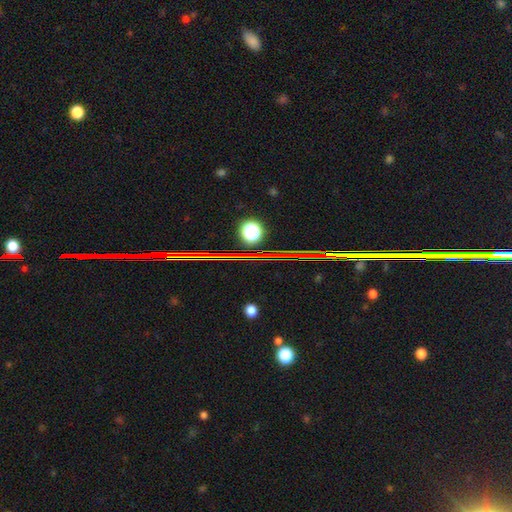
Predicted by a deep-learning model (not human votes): This is clearly a star or artifact rather than a galaxy (84%).